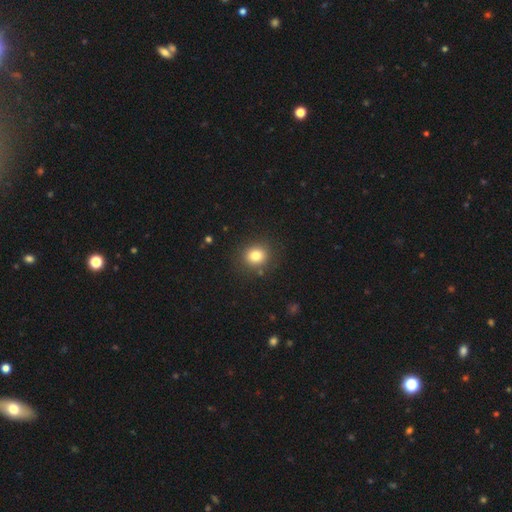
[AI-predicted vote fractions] A smooth galaxy with no disk features (81%) that is round (82%).

Vote fractions:
- Smooth or featured? smooth: 81% / star or artifact: 12% / featured or disk: 7%
- How rounded? round: 82% / in between: 17% / cigar-shaped: 1%
- Merging? none: 88% / minor disturbance: 8% / major disturbance: 3% / merger: 2%